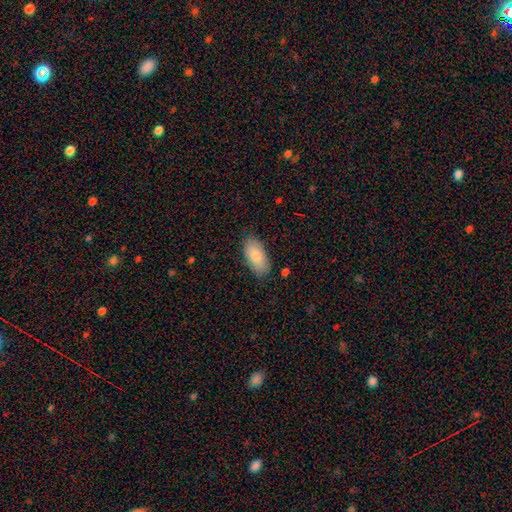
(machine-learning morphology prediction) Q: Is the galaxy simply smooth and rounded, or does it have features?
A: smooth — 83%.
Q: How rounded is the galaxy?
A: in between — 93%.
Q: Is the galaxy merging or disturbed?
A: none — 84%.